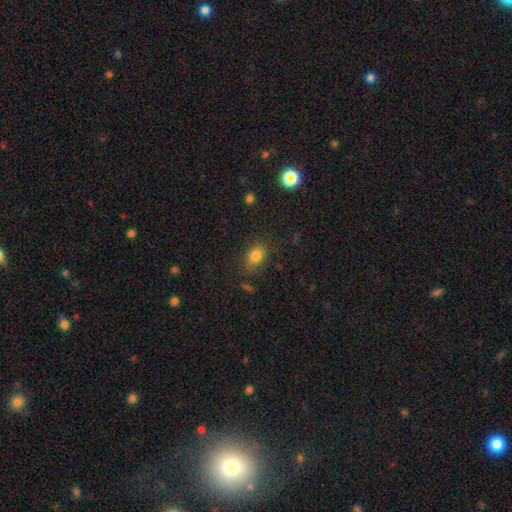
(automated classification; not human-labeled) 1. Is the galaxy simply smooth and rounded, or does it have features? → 81% smooth, 12% star or artifact, 7% featured or disk.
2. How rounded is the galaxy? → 74% in between, 25% round, 2% cigar-shaped.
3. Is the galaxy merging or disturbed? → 77% none, 16% minor disturbance, 5% major disturbance, 2% merger.